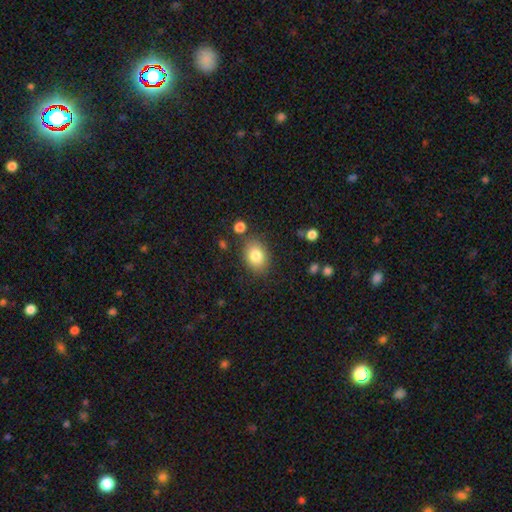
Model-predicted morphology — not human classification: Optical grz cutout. It shows a smooth galaxy with no disk features (82%) that is in between round and cigar-shaped (72%). Merging: none (81%).